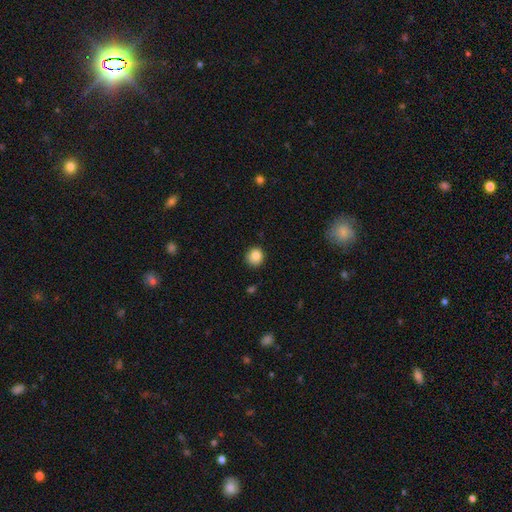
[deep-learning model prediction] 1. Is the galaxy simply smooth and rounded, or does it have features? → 85% smooth, 10% star or artifact, 5% featured or disk.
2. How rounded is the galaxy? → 88% round, 11% in between, 1% cigar-shaped.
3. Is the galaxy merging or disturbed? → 86% none, 10% minor disturbance, 2% major disturbance, 1% merger.